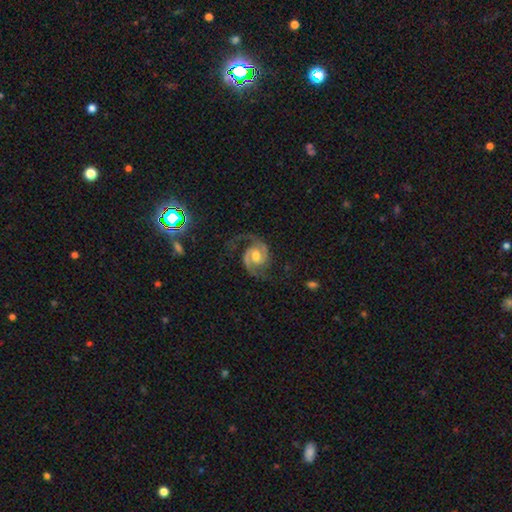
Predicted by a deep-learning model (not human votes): This appears to be a featured or disk galaxy (91%) with no bar (51%), 2 (93%) medium (57%) spiral arms (98%) and a moderate central bulge (72%). Merging: none (73%).